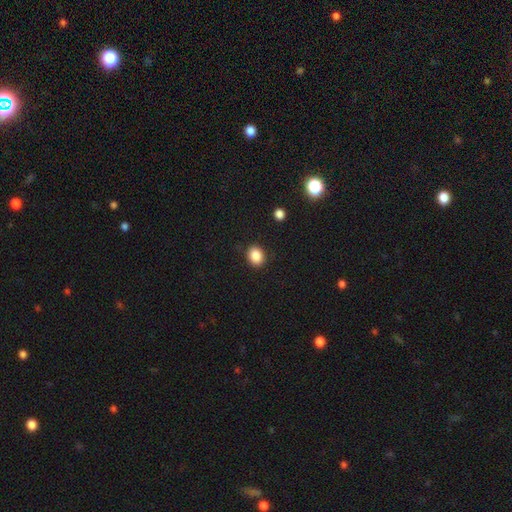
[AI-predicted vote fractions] A smooth galaxy with no disk features (87%) that is round (50%). Merging: none (89%).